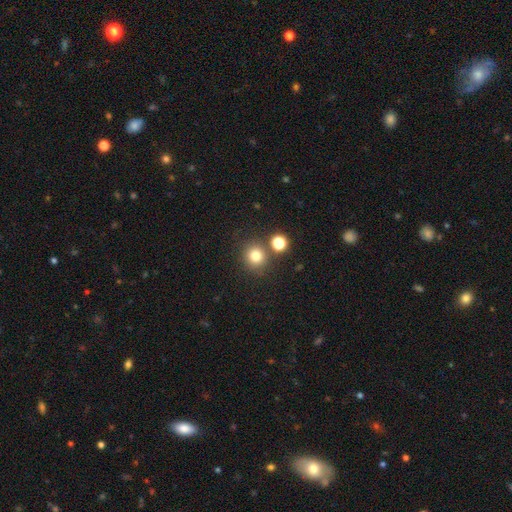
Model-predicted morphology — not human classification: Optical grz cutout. It shows a smooth galaxy with no disk features (79%) that is round (90%). Merging: none (78%).